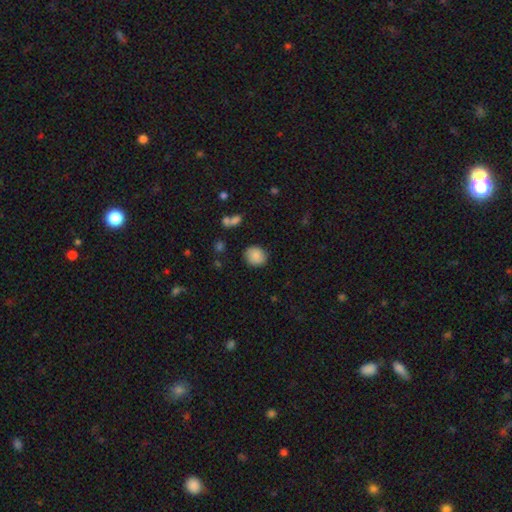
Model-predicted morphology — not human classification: smooth-or-featured: smooth: 86% | star or artifact: 8% | featured or disk: 6%
  how-rounded: round: 80% | in between: 19% | cigar-shaped: 1%
  merging: none: 85% | minor disturbance: 11% | major disturbance: 3% | merger: 2%